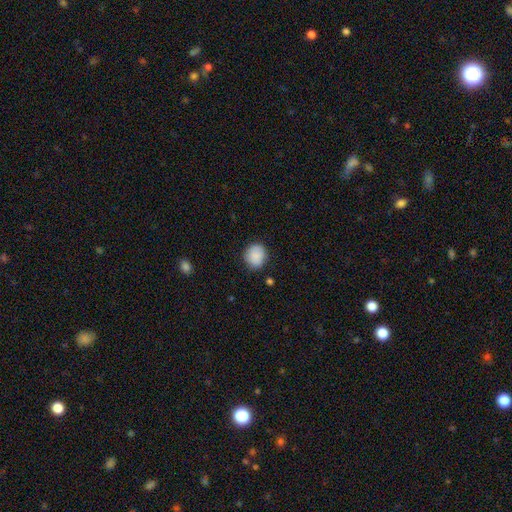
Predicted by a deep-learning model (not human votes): Smooth or featured? Predicted: smooth (p=0.88). How rounded? Predicted: round (p=0.76). Merging? Predicted: none (p=0.83).